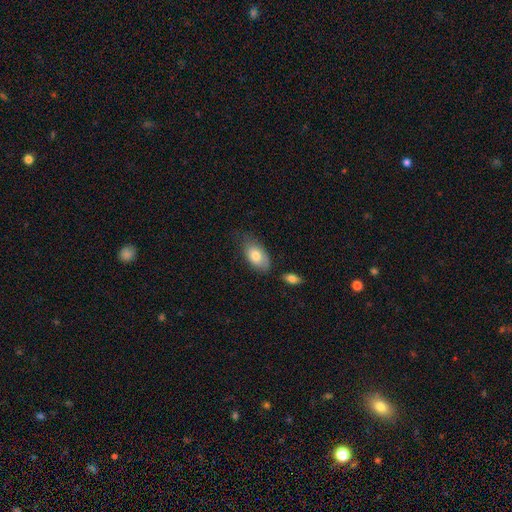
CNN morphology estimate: A smooth galaxy with no disk features (77%) that is in between round and cigar-shaped (92%).

Vote fractions:
- Smooth or featured? smooth: 77% / featured or disk: 17% / star or artifact: 6%
- How rounded? in between: 92% / round: 5% / cigar-shaped: 3%
- Merging? none: 61% / minor disturbance: 27% / major disturbance: 7% / merger: 6%